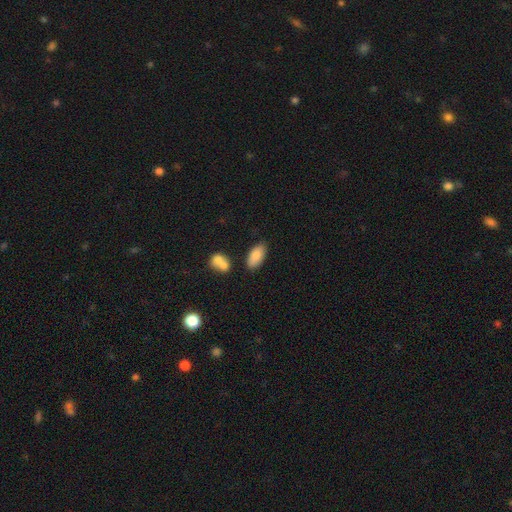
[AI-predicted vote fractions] Overall: smooth (86%). How rounded: in between (92%). Merging: none (73%).